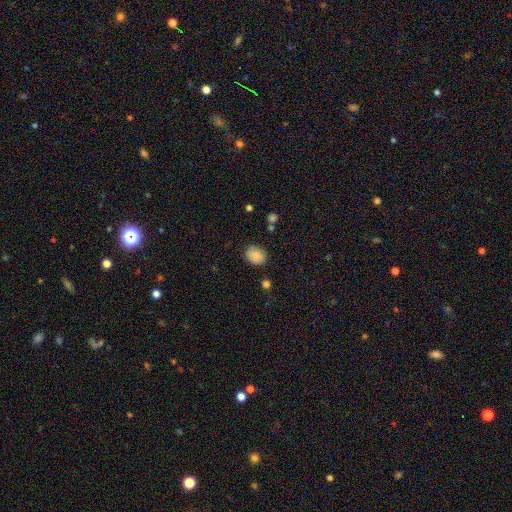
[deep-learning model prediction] Q: Smooth or featured?
A: smooth (86%); runner-up: star or artifact (9%)
Q: How rounded?
A: round (63%); runner-up: in between (36%)
Q: Merging?
A: none (83%); runner-up: minor disturbance (12%)